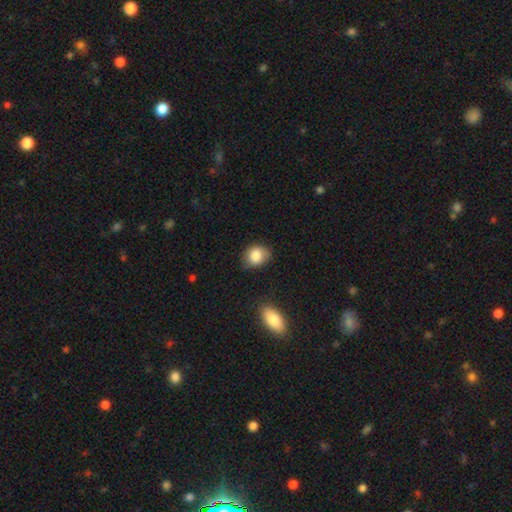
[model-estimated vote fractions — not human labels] The model was most divided on "how rounded": round: 54%, in between: 45%, cigar-shaped: 1%. More confident: smooth or featured — smooth (85%); merging — none (68%).